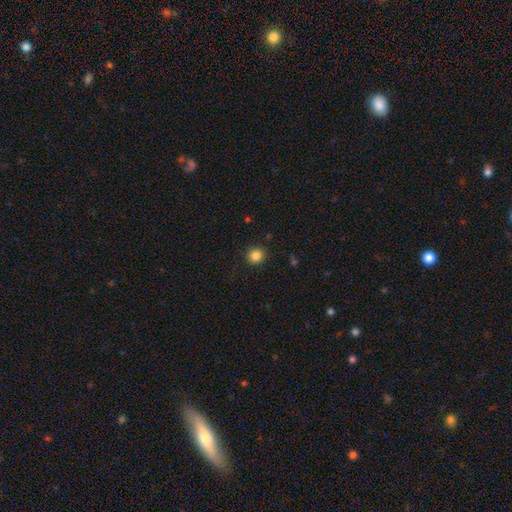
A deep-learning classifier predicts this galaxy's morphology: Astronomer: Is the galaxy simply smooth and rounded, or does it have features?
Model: smooth — 85%.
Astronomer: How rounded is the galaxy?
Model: round — 90%.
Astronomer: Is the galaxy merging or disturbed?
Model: none — 90%.